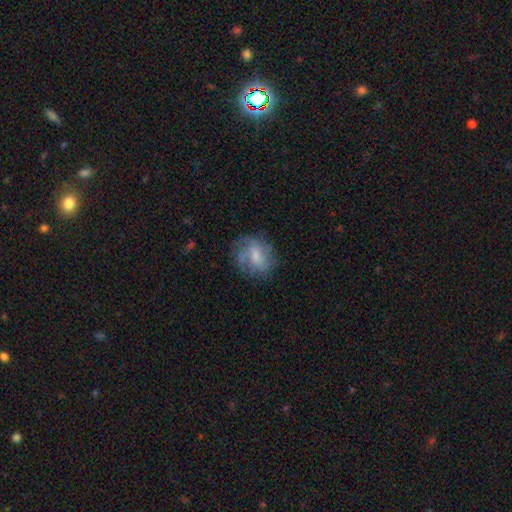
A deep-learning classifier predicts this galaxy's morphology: Q: Smooth or featured?
A: featured or disk (49%); runner-up: smooth (42%)
Q: Merging?
A: none (67%); runner-up: minor disturbance (20%)